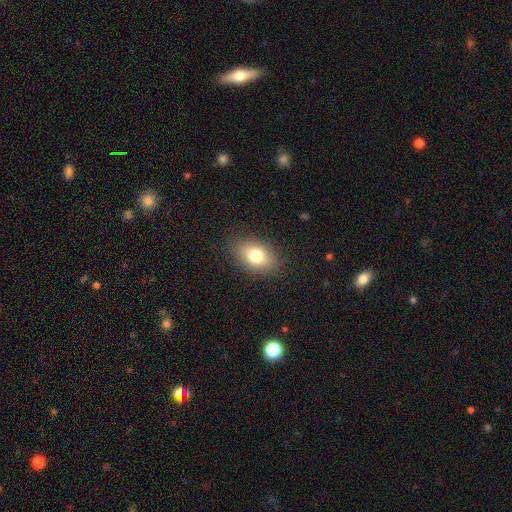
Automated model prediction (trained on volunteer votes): smooth 78%, featured or disk 12%, star or artifact 10%. Down the decision tree: how rounded — in between (82%); merging — none (86%).